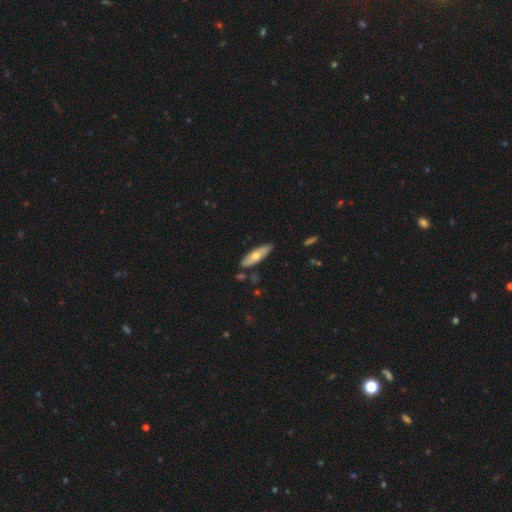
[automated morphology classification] smooth-or-featured: smooth: 57% | featured or disk: 37% | star or artifact: 6%
  how-rounded: cigar-shaped: 57% | in between: 41% | round: 2%
  merging: none: 84% | minor disturbance: 11% | merger: 3% | major disturbance: 2%